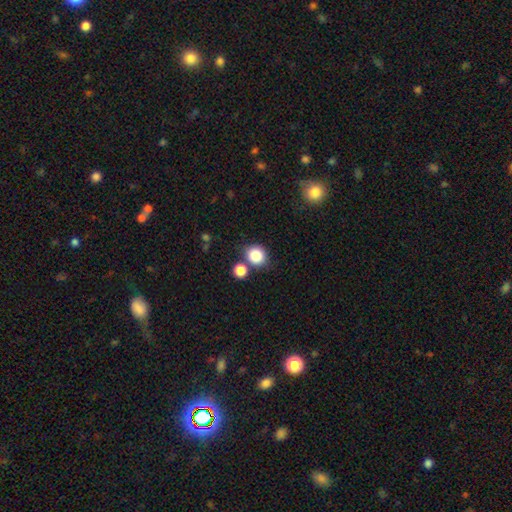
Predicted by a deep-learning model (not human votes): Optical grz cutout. It shows a smooth galaxy with no disk features (85%) that is round (84%). Merging: none (70%).